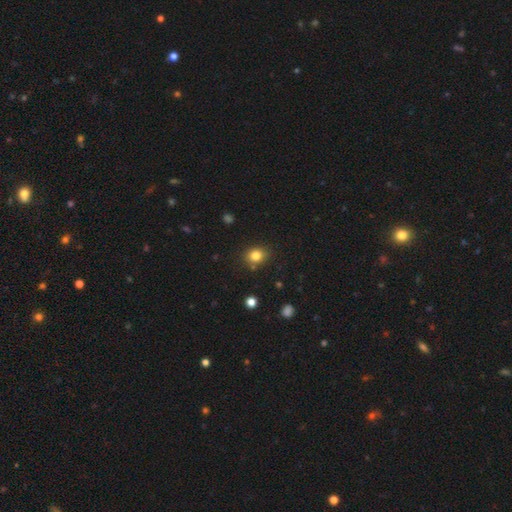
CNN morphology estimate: Overall: smooth (81%). How rounded: round (62%; in between 37%). Merging: none (80%).